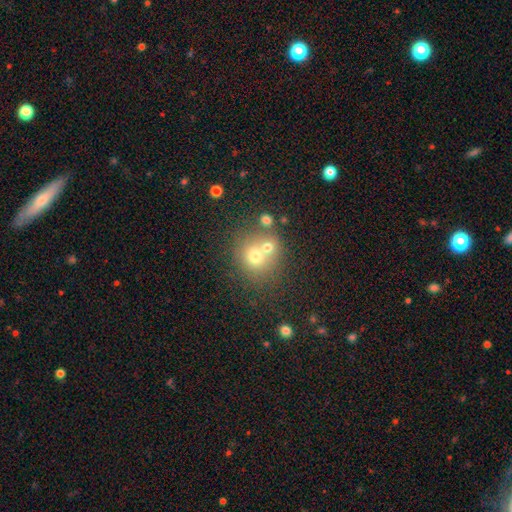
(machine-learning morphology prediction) A smooth galaxy with no disk features (68%) that is round (83%).

Vote fractions:
- Smooth or featured? smooth: 68% / featured or disk: 18% / star or artifact: 14%
- How rounded? round: 83% / in between: 16% / cigar-shaped: 1%
- Merging? none: 45% / merger: 43% / minor disturbance: 8% / major disturbance: 4%